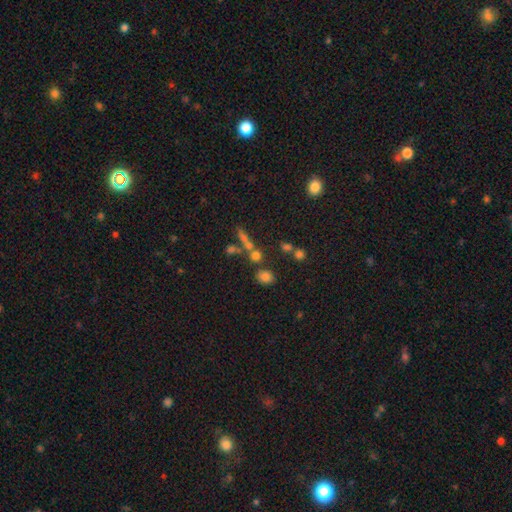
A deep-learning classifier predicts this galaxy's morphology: smooth_or_featured: smooth (p=0.61) [alt: star or artifact p=0.24]
how_rounded: round (p=0.63) [alt: in between p=0.25]
merging: none (p=0.55) [alt: merger p=0.29]